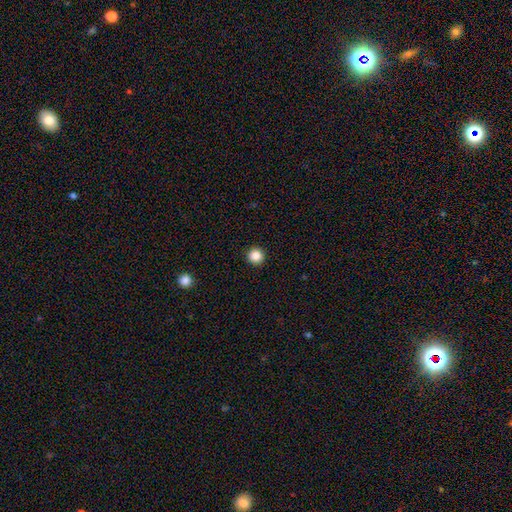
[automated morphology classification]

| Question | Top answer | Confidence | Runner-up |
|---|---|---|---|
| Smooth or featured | smooth | 86% | star or artifact (11%) |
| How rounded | round | 96% | in between (3%) |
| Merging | none | 94% | minor disturbance (4%) |